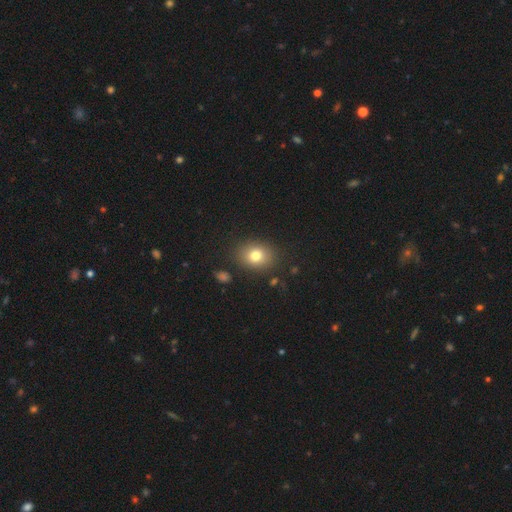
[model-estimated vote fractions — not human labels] Smooth or featured?
  - smooth: 78% *
  - star or artifact: 12%
  - featured or disk: 11%
How rounded?
  - in between: 51% *
  - round: 48%
  - cigar-shaped: 1%
Merging?
  - none: 85% *
  - minor disturbance: 9%
  - major disturbance: 3%
  - merger: 2%